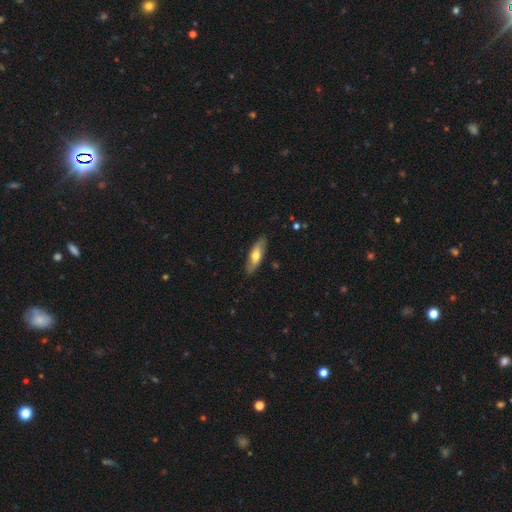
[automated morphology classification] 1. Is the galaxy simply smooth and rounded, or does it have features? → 58% smooth, 36% featured or disk, 6% star or artifact.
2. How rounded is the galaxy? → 50% in between, 48% cigar-shaped, 2% round.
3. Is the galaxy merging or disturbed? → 87% none, 10% minor disturbance, 2% major disturbance, 1% merger.